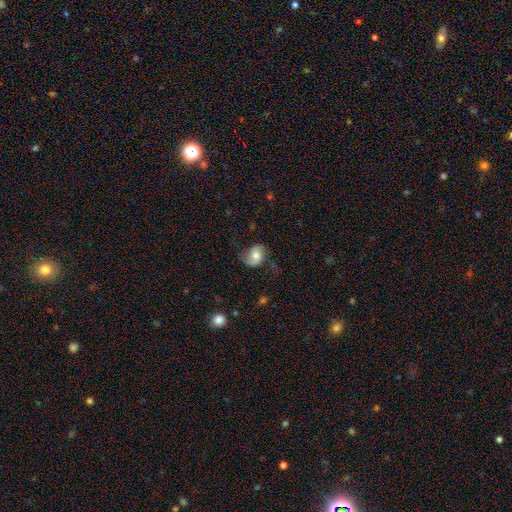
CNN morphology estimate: A smooth galaxy with no disk features (47%).

Vote fractions:
- Smooth or featured? smooth: 47% / featured or disk: 45% / star or artifact: 8%
- Merging? none: 64% / minor disturbance: 25% / major disturbance: 10% / merger: 1%